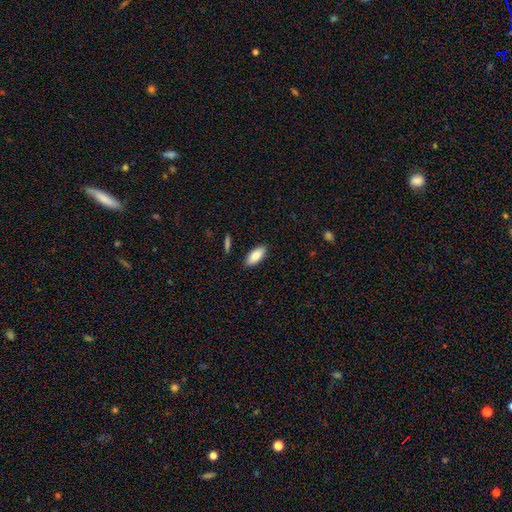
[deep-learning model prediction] Morphology: type=smooth (86%); roundness=in between (89%); merging=none (88%).